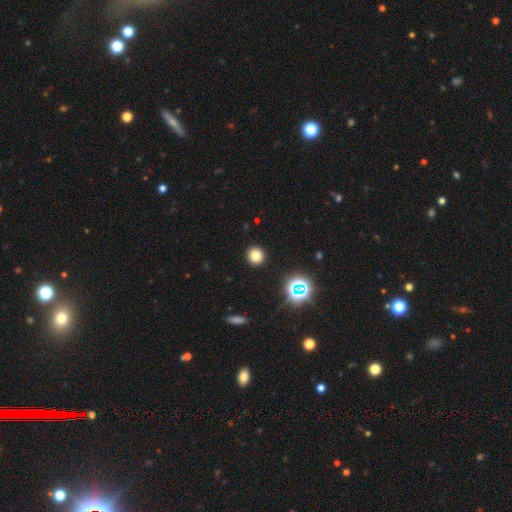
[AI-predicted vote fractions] Smooth or featured?
  - smooth: 77% *
  - star or artifact: 17%
  - featured or disk: 5%
How rounded?
  - round: 90% *
  - in between: 9%
  - cigar-shaped: 1%
Merging?
  - none: 92% *
  - minor disturbance: 5%
  - major disturbance: 2%
  - merger: 1%